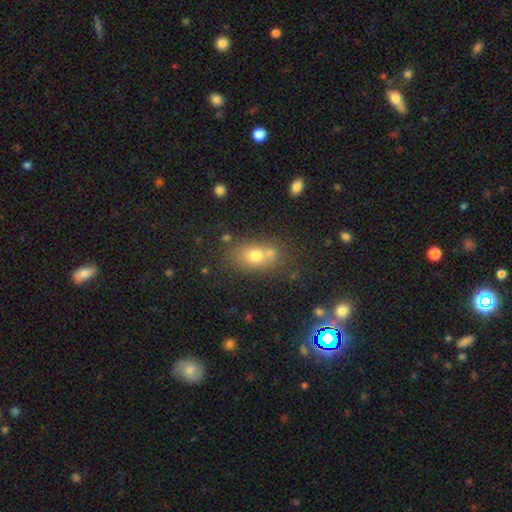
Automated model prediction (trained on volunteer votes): Smooth or featured? smooth (70%)
How rounded? in between (67%)
Merging? none (57%)